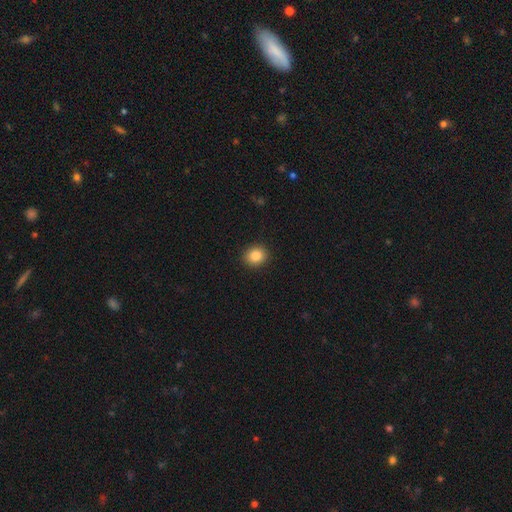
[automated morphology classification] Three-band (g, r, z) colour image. It shows a smooth galaxy with no disk features (85%) that is round (71%). Merging: none (91%).